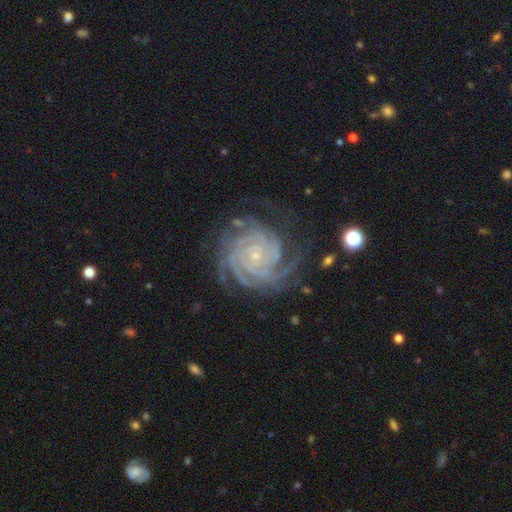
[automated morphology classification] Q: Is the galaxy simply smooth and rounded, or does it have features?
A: featured or disk — 91%.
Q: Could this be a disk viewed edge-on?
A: no — 98%.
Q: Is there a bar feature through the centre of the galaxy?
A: no — 75%.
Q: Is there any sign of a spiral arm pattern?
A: yes — 99%.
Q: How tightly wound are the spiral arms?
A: tight — 83%.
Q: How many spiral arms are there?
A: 4 — 33%.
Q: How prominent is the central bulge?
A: small — 86%.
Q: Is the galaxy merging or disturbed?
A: none — 74%.